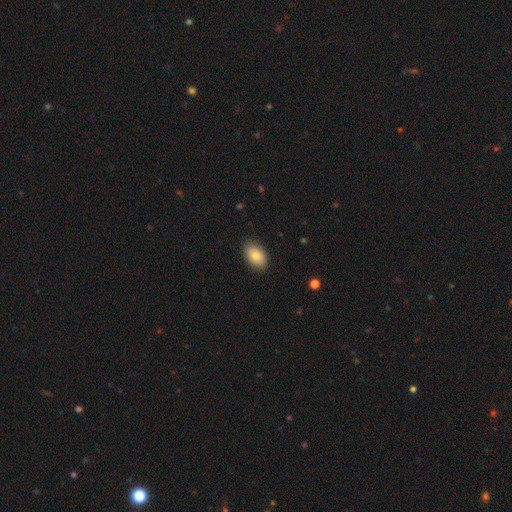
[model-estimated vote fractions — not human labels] smooth 81%, featured or disk 11%, star or artifact 7%. Down the decision tree: how rounded — in between (90%); merging — none (85%).